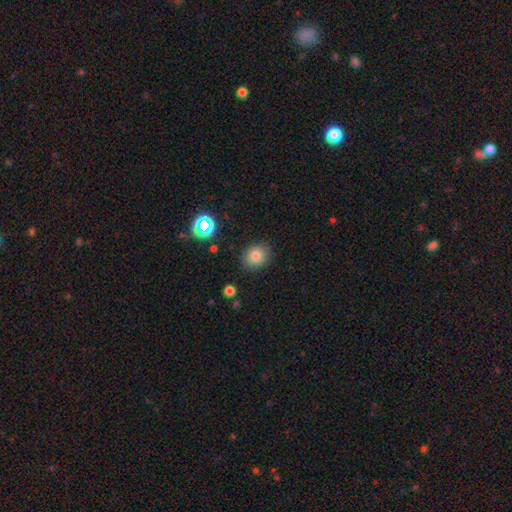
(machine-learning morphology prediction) smooth_or_featured: smooth (p=0.80) [alt: star or artifact p=0.13]
how_rounded: round (p=0.65) [alt: in between p=0.34]
merging: none (p=0.85) [alt: minor disturbance p=0.11]